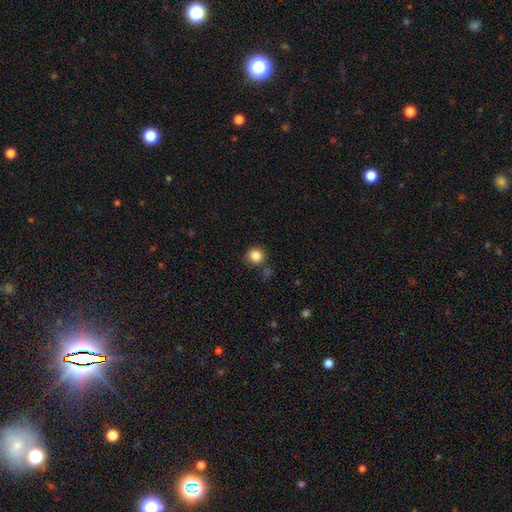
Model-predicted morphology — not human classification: smooth 85%, star or artifact 11%, featured or disk 4%. Down the decision tree: how rounded — round (89%); merging — none (77%).